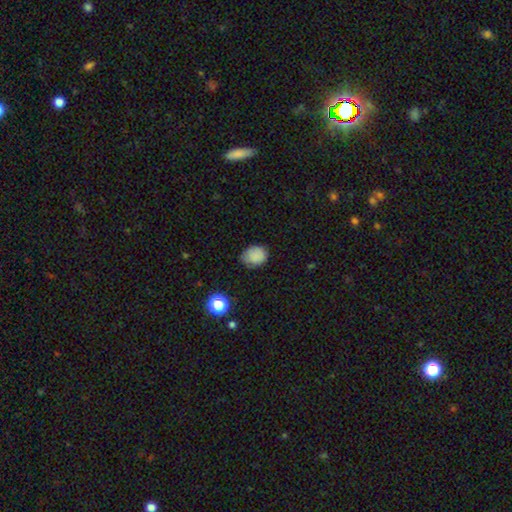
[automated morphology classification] Overall: smooth (83%). How rounded: round (56%; in between 43%). Merging: none (70%).